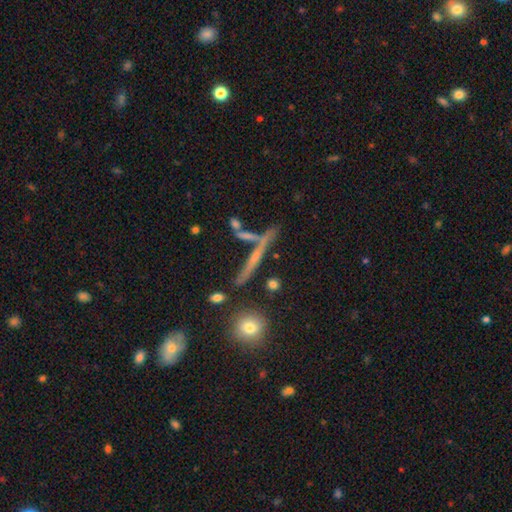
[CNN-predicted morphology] This appears to be a featured or disk galaxy (59%) viewed edge-on (92%) with no central bulge (63%). Merging: none (70%).